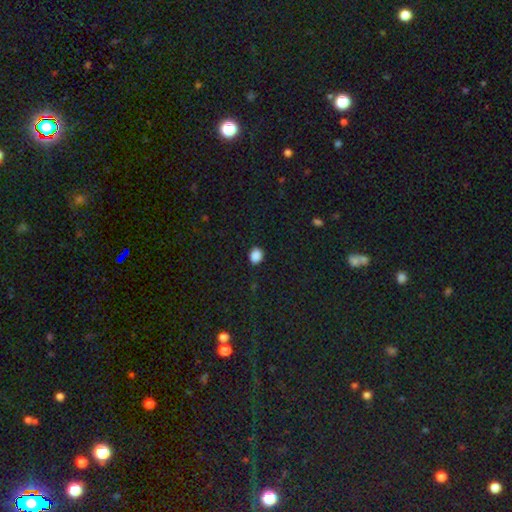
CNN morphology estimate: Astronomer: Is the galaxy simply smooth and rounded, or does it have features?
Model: smooth — 87%.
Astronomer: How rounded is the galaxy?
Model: round — 54% (runner-up: in between, 45%).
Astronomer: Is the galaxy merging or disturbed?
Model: none — 89%.